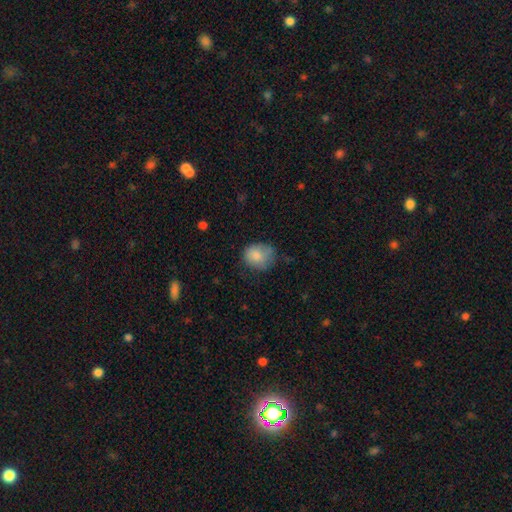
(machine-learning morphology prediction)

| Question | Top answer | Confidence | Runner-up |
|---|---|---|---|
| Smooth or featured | smooth | 82% | featured or disk (10%) |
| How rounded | round | 62% | in between (37%) |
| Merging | none | 54% | minor disturbance (33%) |